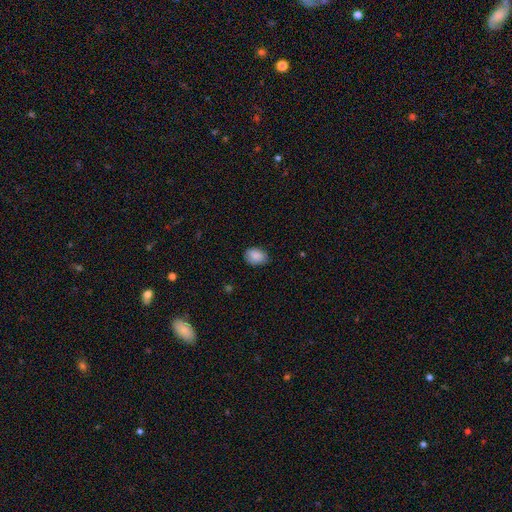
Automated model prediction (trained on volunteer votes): This is clearly a smooth galaxy (88%). How rounded: likely in between (78%). Merging: likely none (79%).